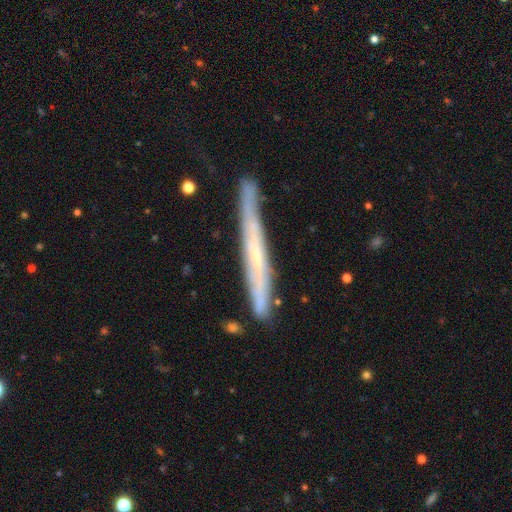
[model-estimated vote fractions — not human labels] Smooth or featured?
  - featured or disk: 65% *
  - smooth: 29%
  - star or artifact: 7%
Edge-on disk?
  - yes: 89% *
  - no: 11%
Edge-on bulge?
  - none: 69% *
  - rounded: 25%
  - boxy: 5%
Merging?
  - none: 78% *
  - minor disturbance: 17%
  - major disturbance: 3%
  - merger: 3%